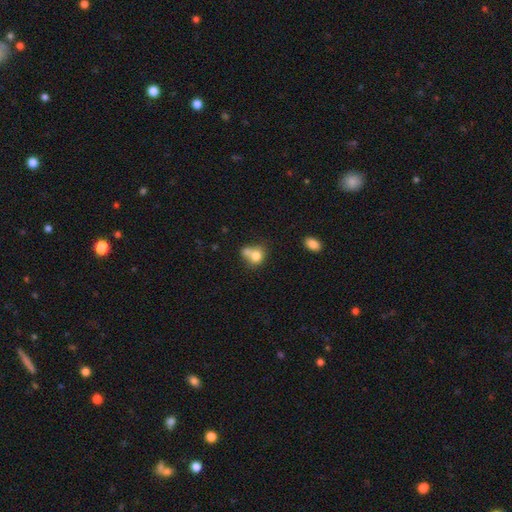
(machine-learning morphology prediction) A smooth galaxy with no disk features (75%) that is round (58%). Merging: merger (51%).